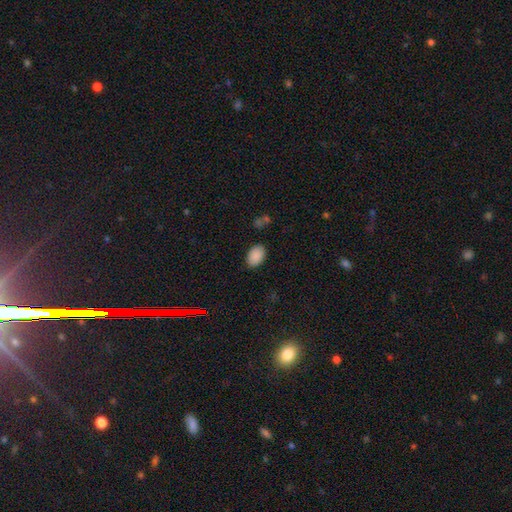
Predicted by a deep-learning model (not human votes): This is clearly a smooth galaxy (89%). How rounded: clearly in between (89%). Merging: clearly none (86%).